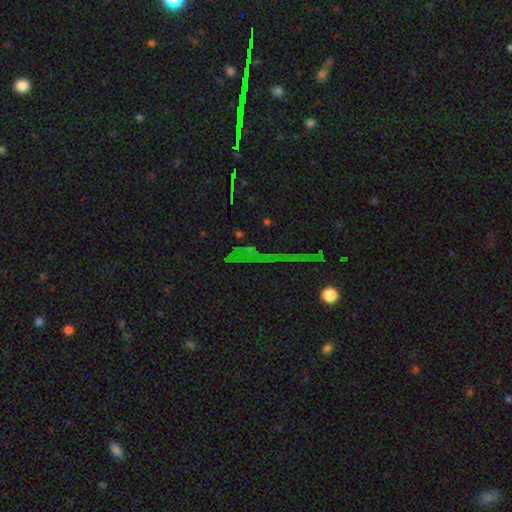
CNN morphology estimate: The model was most divided on "smooth or featured": star or artifact: 75%, smooth: 12%, featured or disk: 12%.